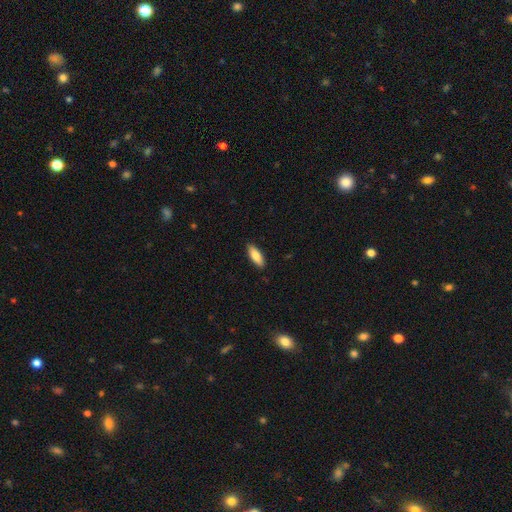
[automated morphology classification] Smooth or featured? smooth (84%)
How rounded? in between (67%)
Merging? none (88%)